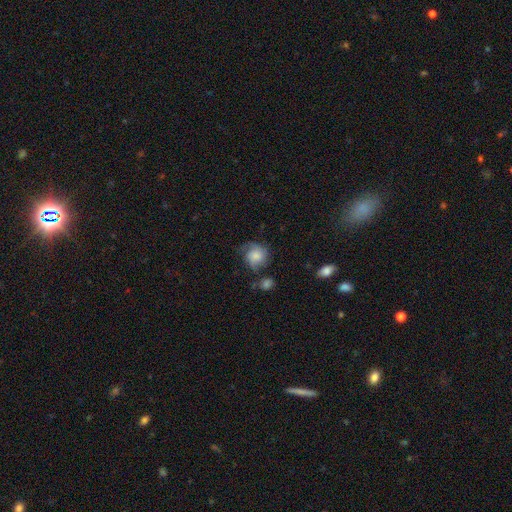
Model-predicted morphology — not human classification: Smooth or featured?
  - smooth: 59% *
  - featured or disk: 33%
  - star or artifact: 8%
How rounded?
  - round: 78% *
  - in between: 21%
  - cigar-shaped: 1%
Merging?
  - none: 48% *
  - minor disturbance: 28%
  - major disturbance: 19%
  - merger: 5%